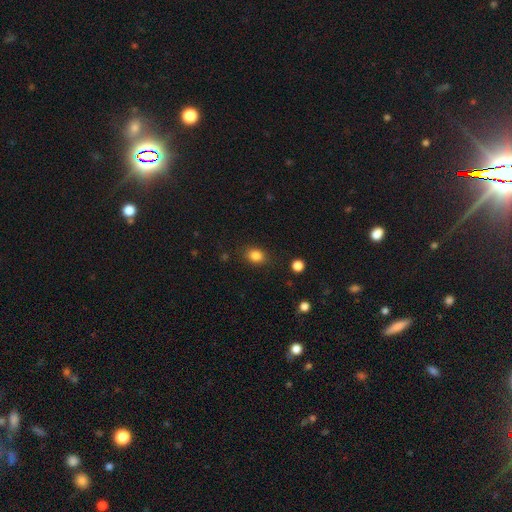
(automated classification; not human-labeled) Overall: smooth (84%). How rounded: in between (62%; round 37%). Merging: none (84%).